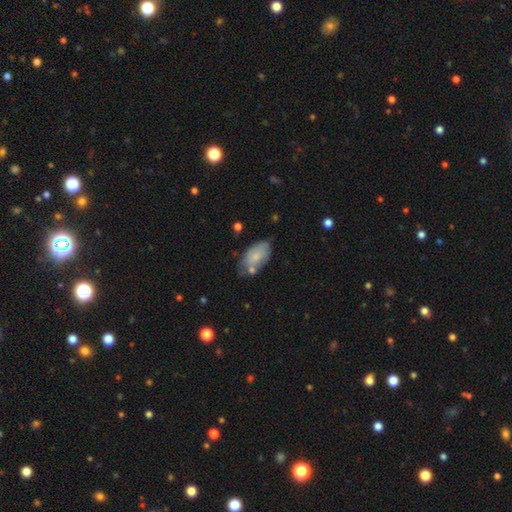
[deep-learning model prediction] Smooth or featured? Predicted: smooth (p=0.75). How rounded? Predicted: in between (p=0.94). Merging? Predicted: none (p=0.51).